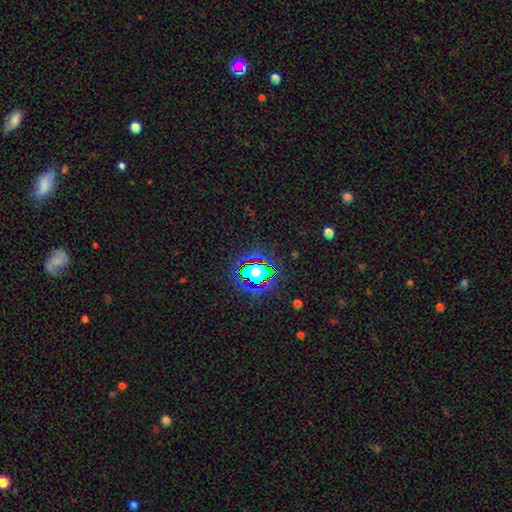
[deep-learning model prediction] A star or artifact, not a galaxy (80%).

Vote fractions:
- Smooth or featured? star or artifact: 80% / smooth: 11% / featured or disk: 8%